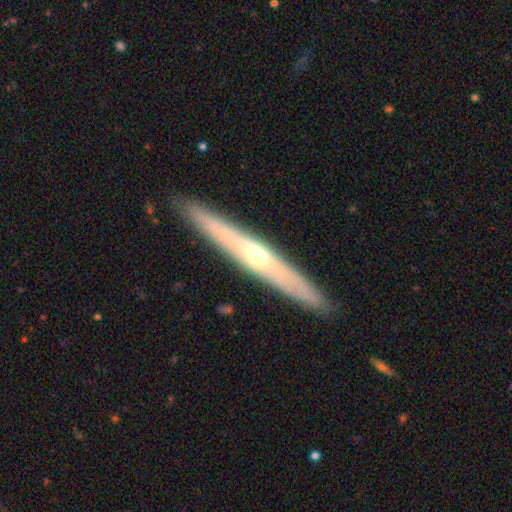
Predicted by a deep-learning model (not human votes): Smooth or featured? featured or disk (69%)
Edge-on disk? yes (92%)
Edge-on bulge? rounded (77%)
Merging? none (91%)